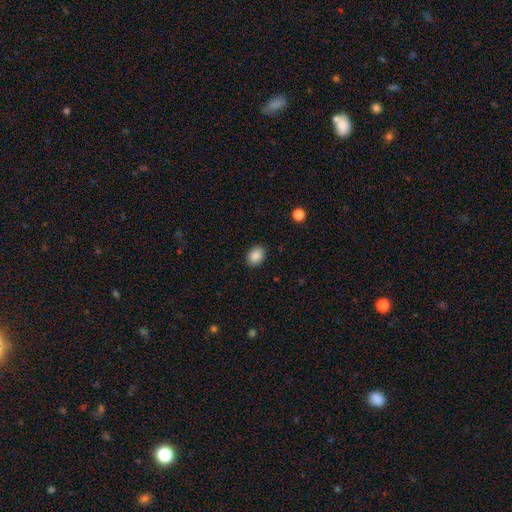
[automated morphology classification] Smooth or featured? Predicted: smooth (p=0.88). How rounded? Predicted: in between (p=0.67). Merging? Predicted: none (p=0.88).